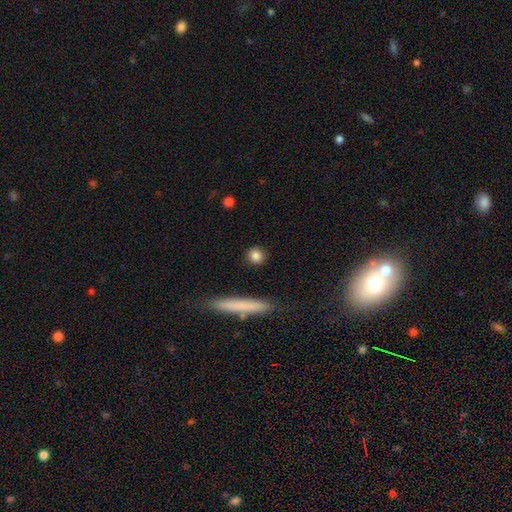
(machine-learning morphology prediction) A smooth galaxy with no disk features (85%) that is round (85%). Merging: none (90%).